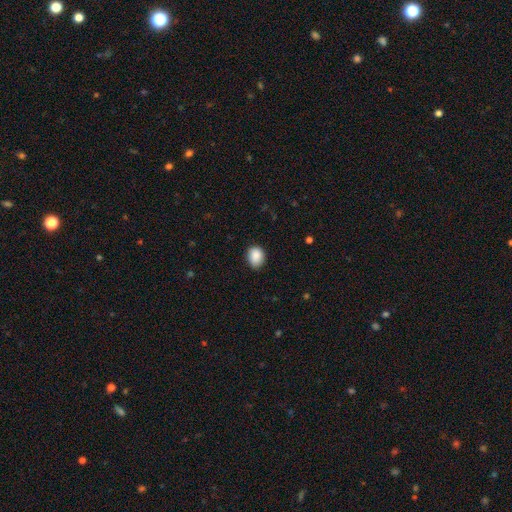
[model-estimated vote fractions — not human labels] A smooth galaxy with no disk features (88%) that is in between round and cigar-shaped (55%).

Vote fractions:
- Smooth or featured? smooth: 88% / star or artifact: 8% / featured or disk: 4%
- How rounded? in between: 55% / round: 44% / cigar-shaped: 1%
- Merging? none: 81% / minor disturbance: 16% / major disturbance: 3% / merger: 1%